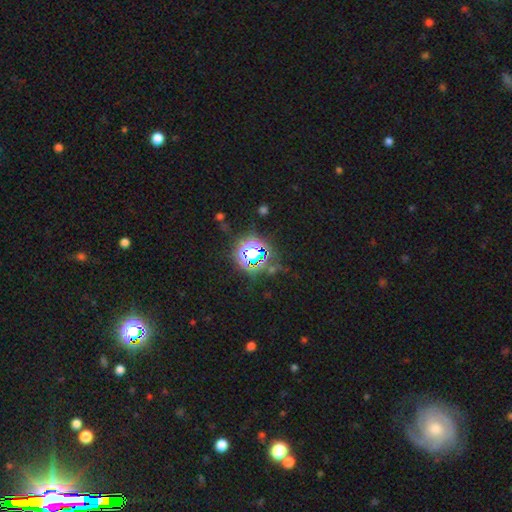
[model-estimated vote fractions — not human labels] This is likely a star or artifact rather than a galaxy (78%).